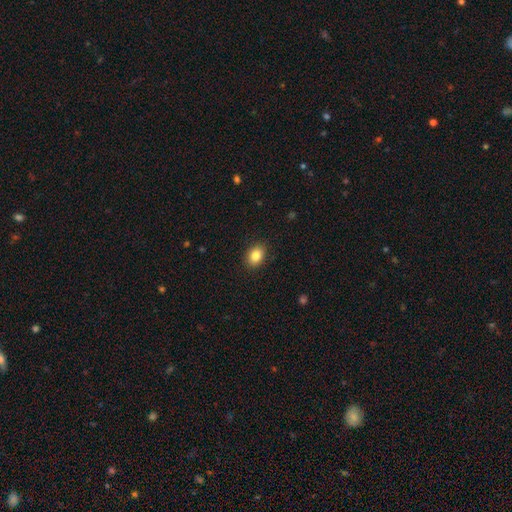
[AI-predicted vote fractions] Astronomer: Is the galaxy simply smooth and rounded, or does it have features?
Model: smooth — 85%.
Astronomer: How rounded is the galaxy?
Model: in between — 70%.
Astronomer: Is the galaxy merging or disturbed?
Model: none — 89%.